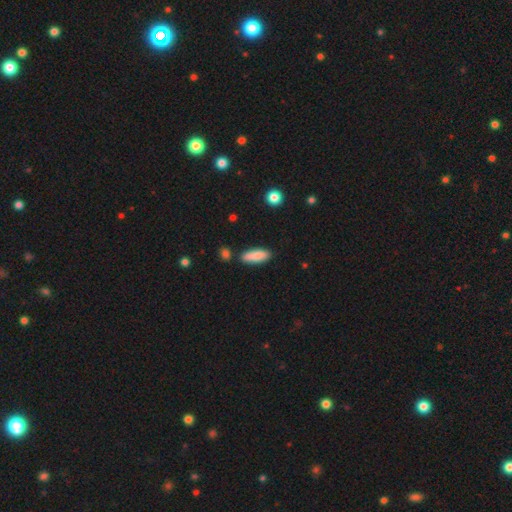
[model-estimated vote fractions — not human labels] This is clearly a smooth galaxy (87%). How rounded: likely in between (65%). Merging: clearly none (81%).